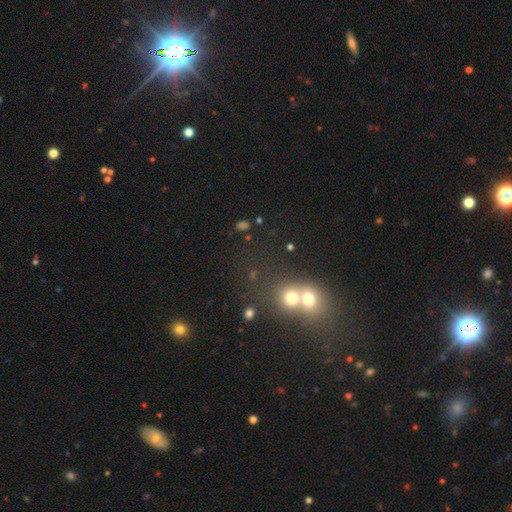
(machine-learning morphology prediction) This appears to be a smooth galaxy with no disk features (47%). Merging: merger (56%).